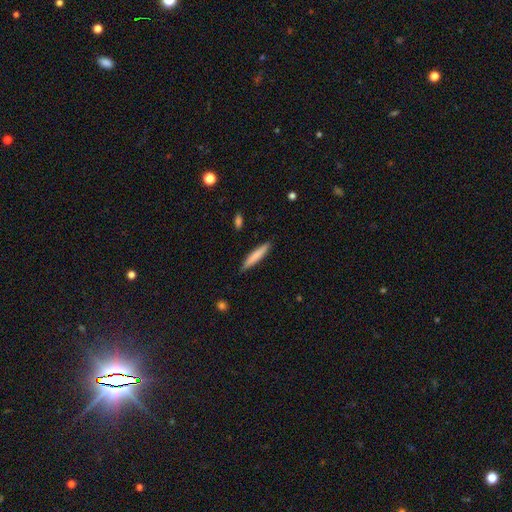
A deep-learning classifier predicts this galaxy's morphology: Smooth or featured?
  - smooth: 77% *
  - featured or disk: 17%
  - star or artifact: 6%
How rounded?
  - cigar-shaped: 91% *
  - in between: 8%
  - round: 1%
Merging?
  - none: 88% *
  - minor disturbance: 9%
  - major disturbance: 2%
  - merger: 1%